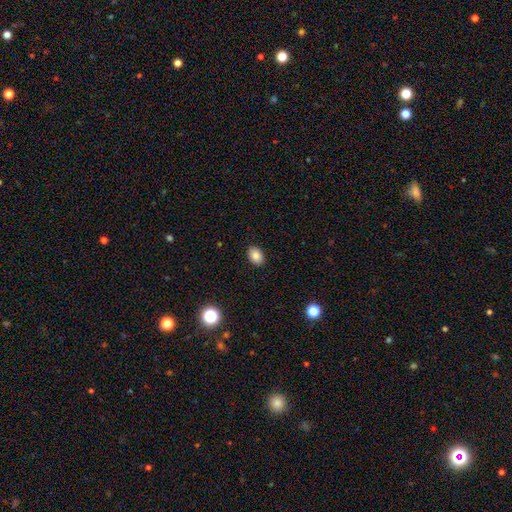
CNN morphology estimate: smooth_or_featured: smooth (p=0.84) [alt: star or artifact p=0.09]
how_rounded: in between (p=0.82) [alt: round p=0.17]
merging: none (p=0.90) [alt: minor disturbance p=0.08]